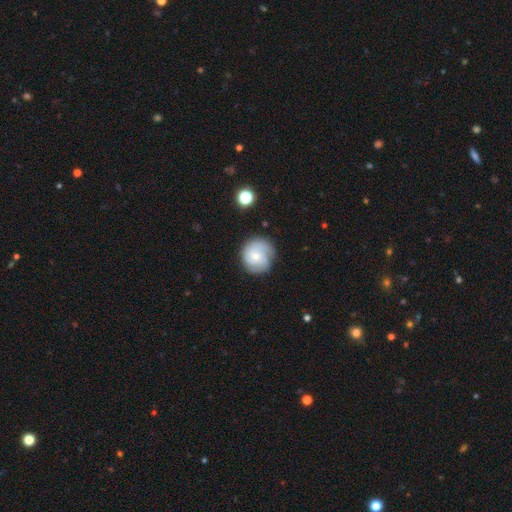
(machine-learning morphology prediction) smooth_or_featured: featured or disk (p=0.53) [alt: smooth p=0.39]
disk_edge_on: no (p=0.98) [alt: yes p=0.02]
bar: no (p=0.71) [alt: weak p=0.26]
has_spiral_arms: yes (p=0.85) [alt: no p=0.15]
bulge_size: small (p=0.59) [alt: moderate p=0.35]
merging: none (p=0.70) [alt: minor disturbance p=0.20]